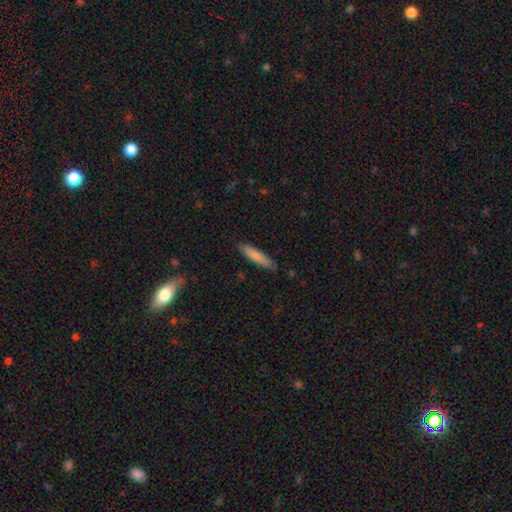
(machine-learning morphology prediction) type=smooth (79%); roundness=cigar-shaped (87%); merging=none (86%).